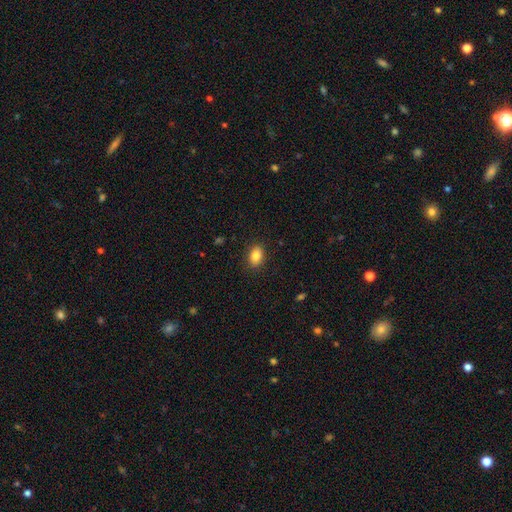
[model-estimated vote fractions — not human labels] smooth_or_featured: smooth (p=0.85) [alt: star or artifact p=0.08]
how_rounded: in between (p=0.82) [alt: round p=0.17]
merging: none (p=0.88) [alt: minor disturbance p=0.09]